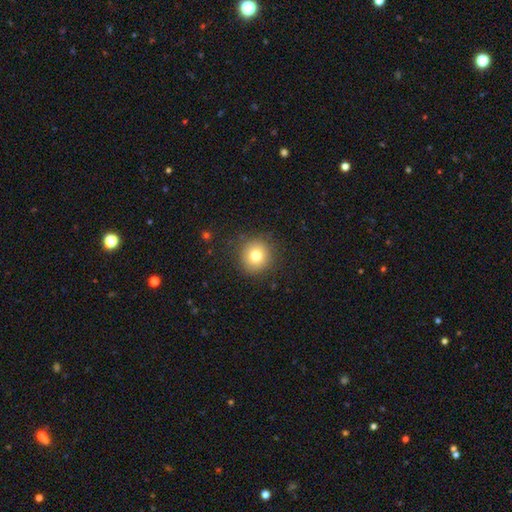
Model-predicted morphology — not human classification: Overall: smooth (78%). How rounded: round (94%). Merging: none (89%).